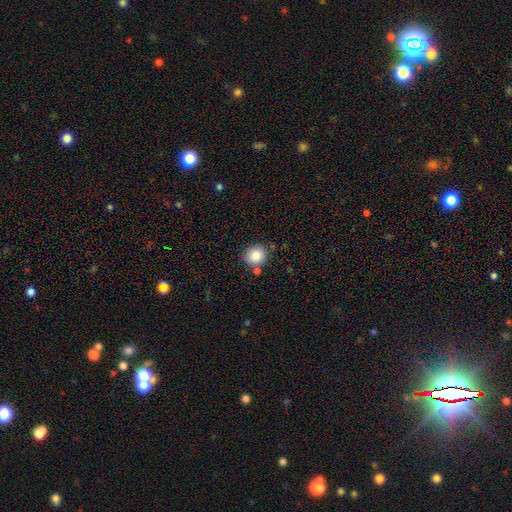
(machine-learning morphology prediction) The model was most divided on "merging": none: 78%, minor disturbance: 10%, merger: 9%, major disturbance: 3%. More confident: how rounded — round (88%); smooth or featured — smooth (83%).